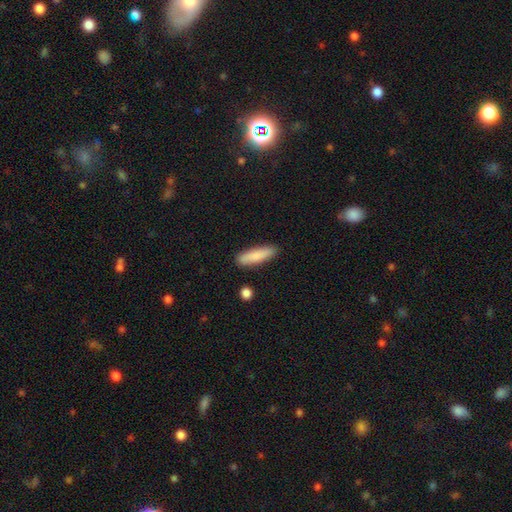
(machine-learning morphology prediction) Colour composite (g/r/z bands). It shows a smooth galaxy with no disk features (84%) that is cigar-shaped (71%). Merging: none (86%).